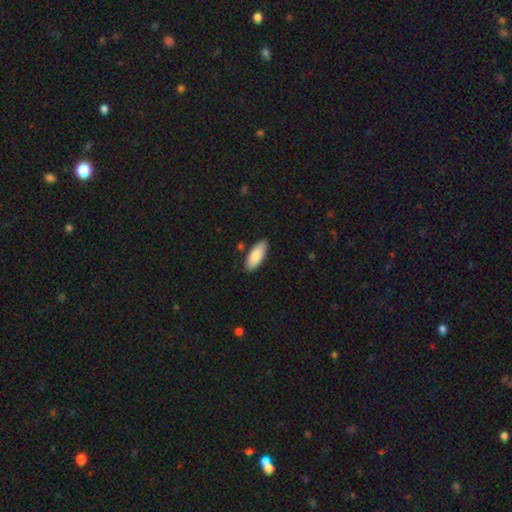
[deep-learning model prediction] Q: Smooth or featured?
A: smooth (85%); runner-up: featured or disk (9%)
Q: How rounded?
A: in between (80%); runner-up: cigar-shaped (19%)
Q: Merging?
A: none (84%); runner-up: minor disturbance (11%)